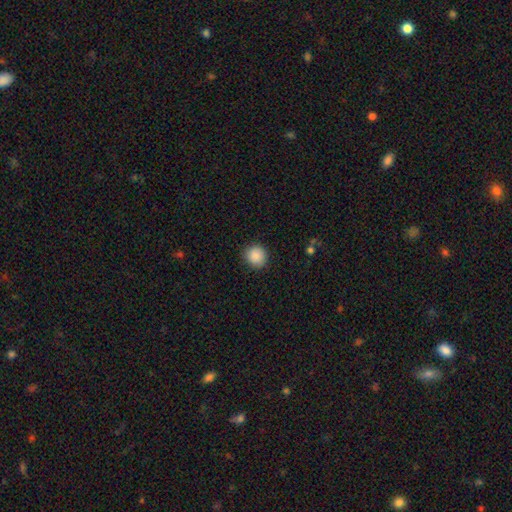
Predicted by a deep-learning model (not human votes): smooth_or_featured: smooth (p=0.88) [alt: star or artifact p=0.09]
how_rounded: round (p=0.90) [alt: in between p=0.09]
merging: none (p=0.90) [alt: minor disturbance p=0.07]